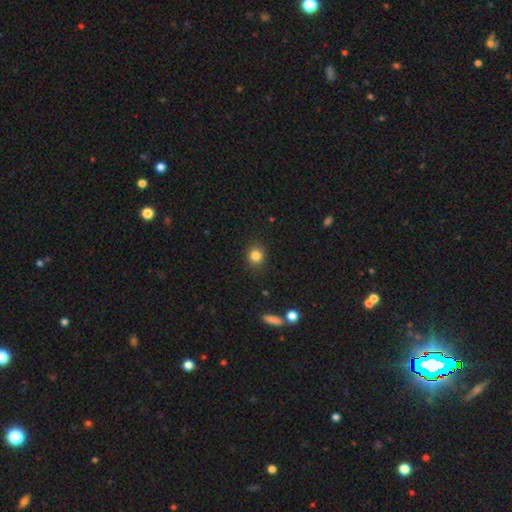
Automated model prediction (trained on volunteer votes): Smooth or featured? smooth (83%)
How rounded? round (83%)
Merging? none (88%)